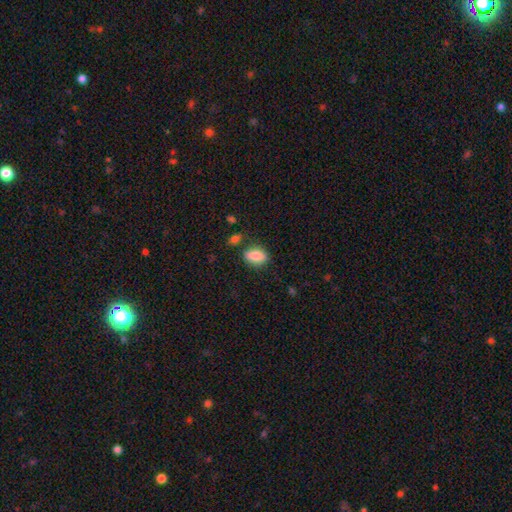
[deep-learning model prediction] Smooth or featured? Predicted: smooth (p=0.84). How rounded? Predicted: in between (p=0.84). Merging? Predicted: none (p=0.73).